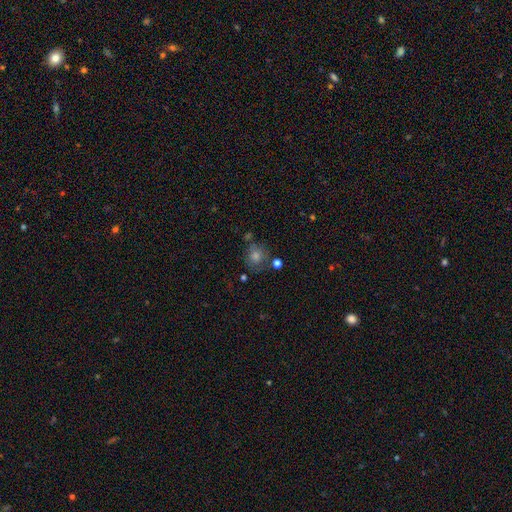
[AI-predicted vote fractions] Smooth or featured?
  - smooth: 55% *
  - star or artifact: 24%
  - featured or disk: 20%
How rounded?
  - round: 83% *
  - in between: 16%
  - cigar-shaped: 1%
Merging?
  - none: 69% *
  - minor disturbance: 15%
  - merger: 9%
  - major disturbance: 6%